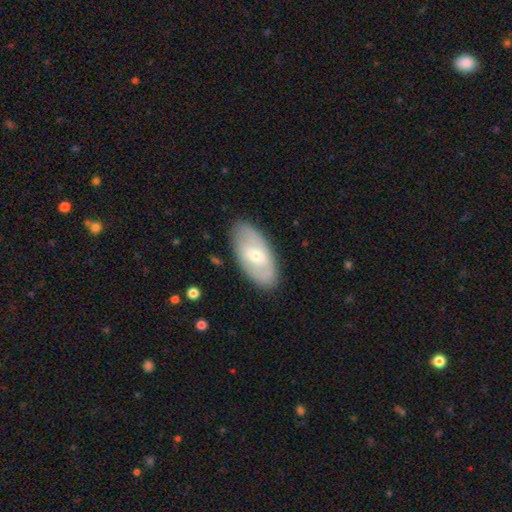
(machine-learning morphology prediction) This is possibly a featured or disk galaxy (51%). It is clearly not viewed edge-on (88%). Merging: clearly none (84%).